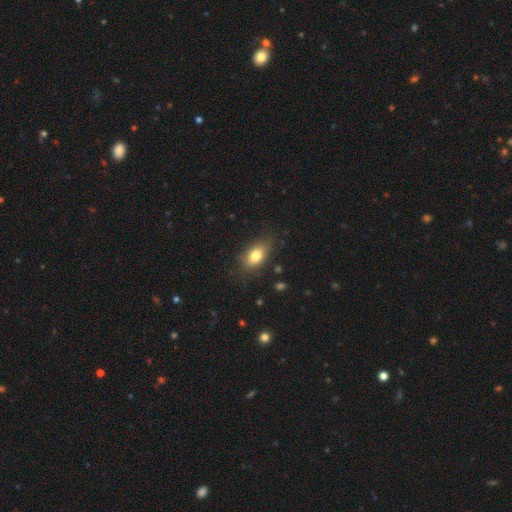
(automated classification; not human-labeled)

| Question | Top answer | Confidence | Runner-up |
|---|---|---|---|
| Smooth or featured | smooth | 78% | featured or disk (13%) |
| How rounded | in between | 85% | round (11%) |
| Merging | none | 75% | minor disturbance (19%) |